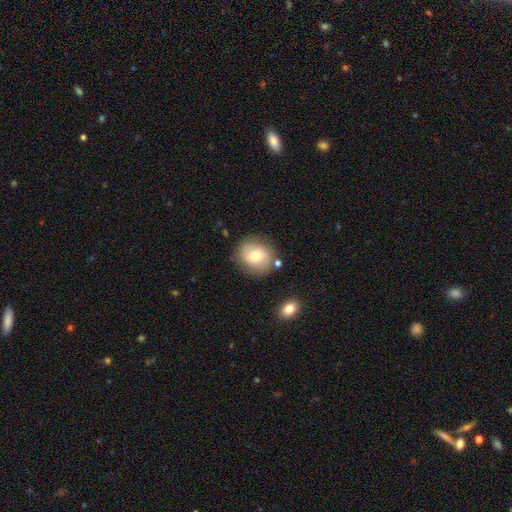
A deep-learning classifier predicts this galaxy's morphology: smooth_or_featured: smooth (p=0.57) [alt: featured or disk p=0.35]
how_rounded: round (p=0.75) [alt: in between p=0.24]
merging: none (p=0.77) [alt: minor disturbance p=0.14]